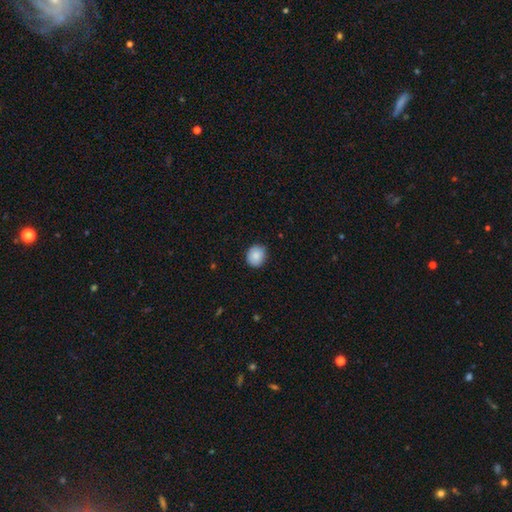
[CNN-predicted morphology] The model was most divided on "how rounded": round: 74%, in between: 25%, cigar-shaped: 1%. More confident: merging — none (88%); smooth or featured — smooth (88%).